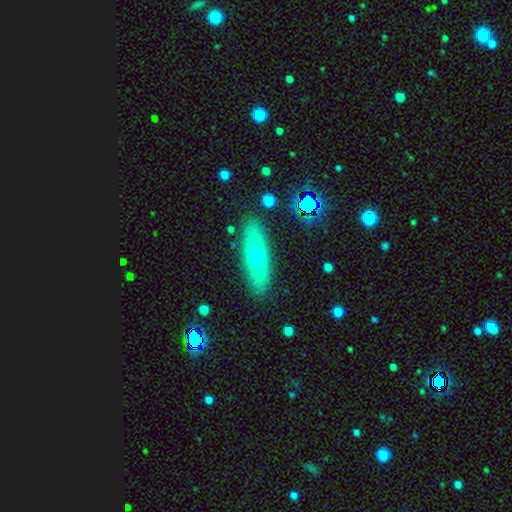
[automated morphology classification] type=smooth (52%); roundness=cigar-shaped (62%); merging=none (88%).